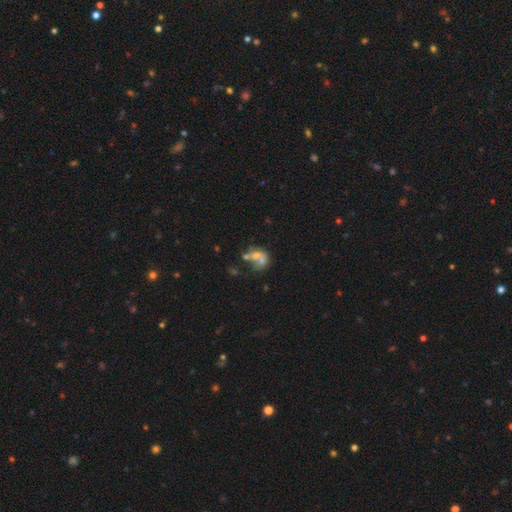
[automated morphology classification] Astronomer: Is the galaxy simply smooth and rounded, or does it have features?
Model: smooth — 46% (runner-up: featured or disk, 40%).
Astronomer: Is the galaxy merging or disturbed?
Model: merger — 49%.